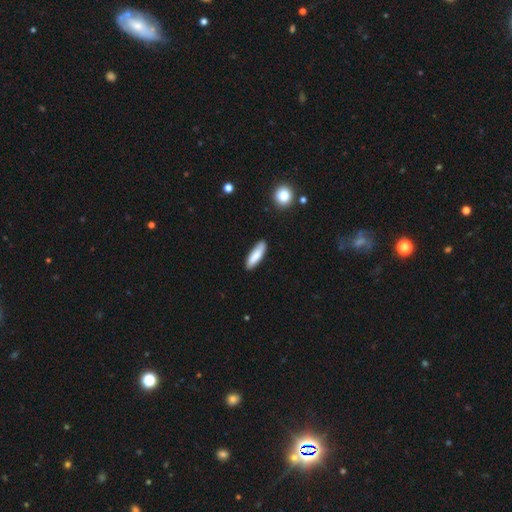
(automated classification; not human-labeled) A smooth galaxy with no disk features (81%) that is cigar-shaped (63%).

Vote fractions:
- Smooth or featured? smooth: 81% / featured or disk: 13% / star or artifact: 6%
- How rounded? cigar-shaped: 63% / in between: 36% / round: 2%
- Merging? none: 86% / minor disturbance: 11% / major disturbance: 2% / merger: 2%